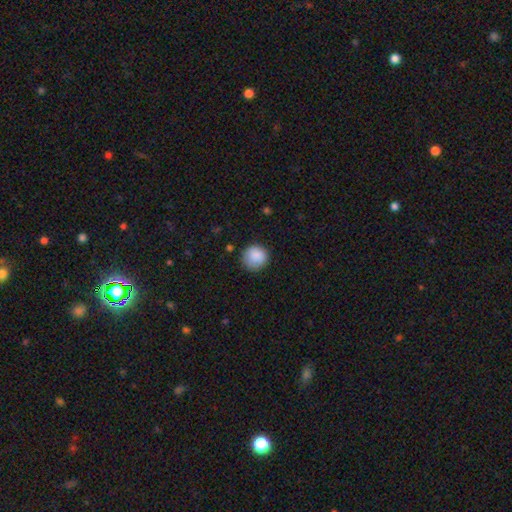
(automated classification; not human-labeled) Morphology: type=smooth (88%); roundness=round (92%); merging=none (82%).